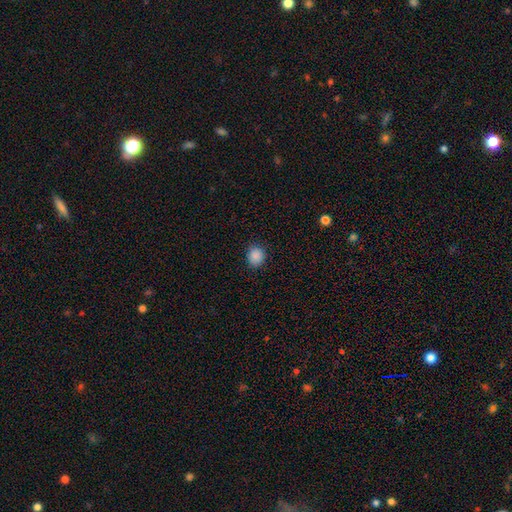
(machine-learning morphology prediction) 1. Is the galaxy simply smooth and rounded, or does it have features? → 88% smooth, 9% star or artifact, 3% featured or disk.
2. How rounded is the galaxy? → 75% round, 25% in between, 1% cigar-shaped.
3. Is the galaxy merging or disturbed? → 88% none, 9% minor disturbance, 2% major disturbance, 1% merger.